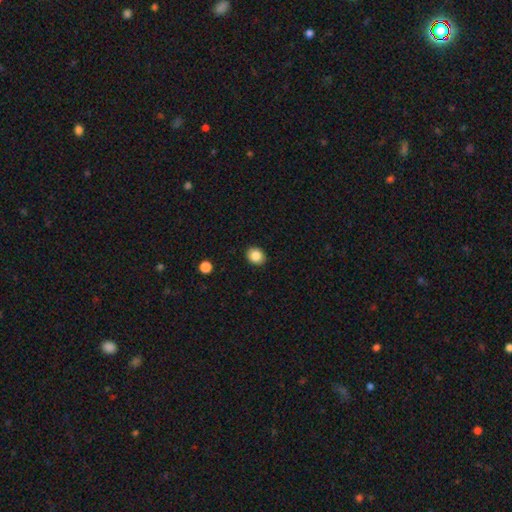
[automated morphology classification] type=smooth (85%); roundness=round (59%); merging=none (90%).